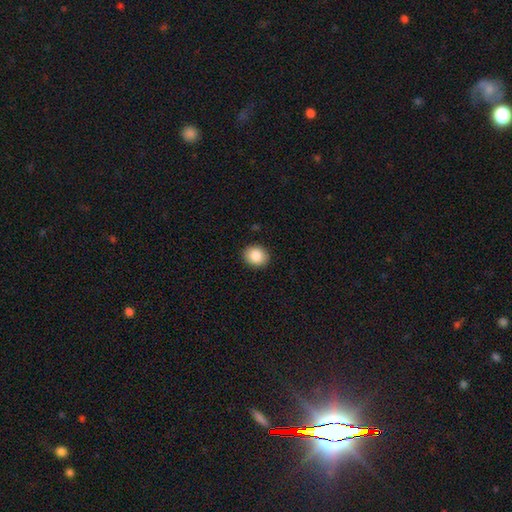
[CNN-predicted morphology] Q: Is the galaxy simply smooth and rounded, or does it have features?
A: smooth — 87%.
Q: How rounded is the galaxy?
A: round — 64%.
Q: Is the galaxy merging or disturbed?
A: none — 90%.